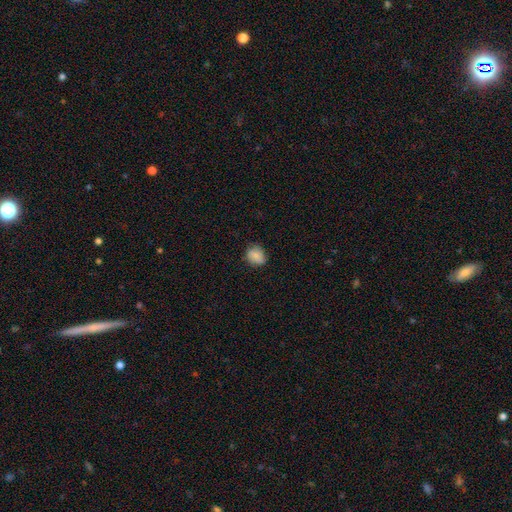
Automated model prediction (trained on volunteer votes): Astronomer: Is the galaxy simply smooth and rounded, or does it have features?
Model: smooth — 76%.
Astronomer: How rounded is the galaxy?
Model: round — 63%.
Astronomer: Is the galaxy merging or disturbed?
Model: none — 76%.